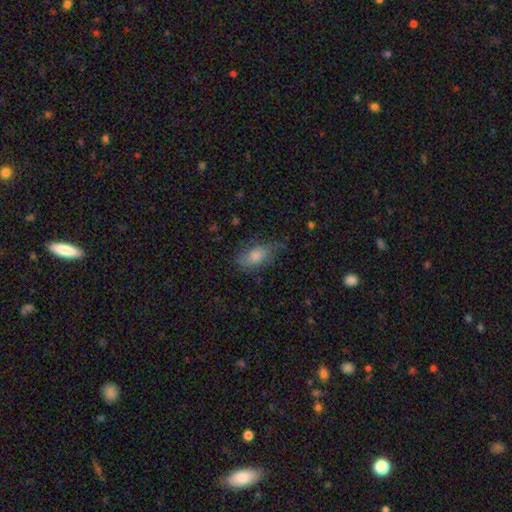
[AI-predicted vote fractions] This is possibly a smooth galaxy (52%). How rounded: clearly in between (84%). Merging: possibly none (58%).